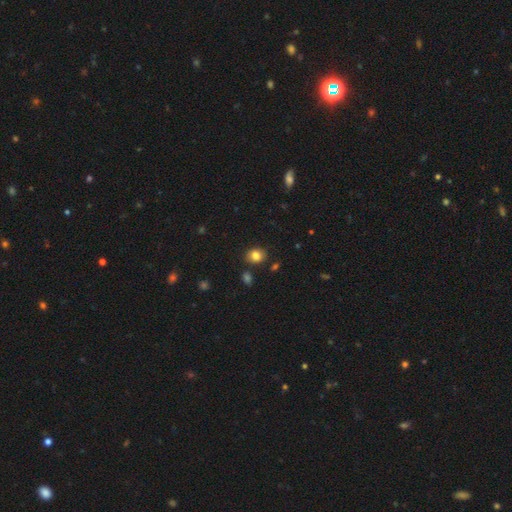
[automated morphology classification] Smooth or featured? Predicted: smooth (p=0.82). How rounded? Predicted: round (p=0.58). Merging? Predicted: none (p=0.83).